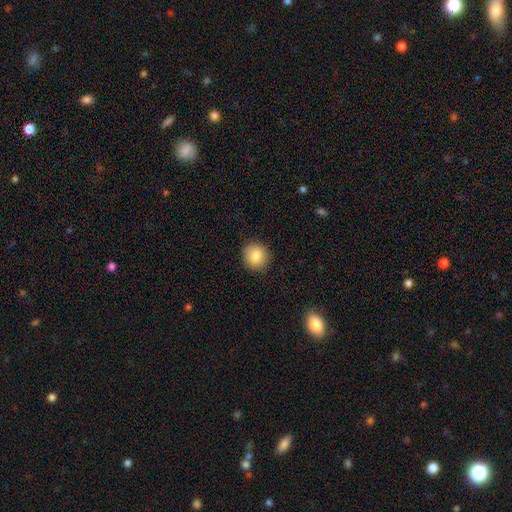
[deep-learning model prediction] Morphology: type=smooth (84%); roundness=round (87%); merging=none (91%).